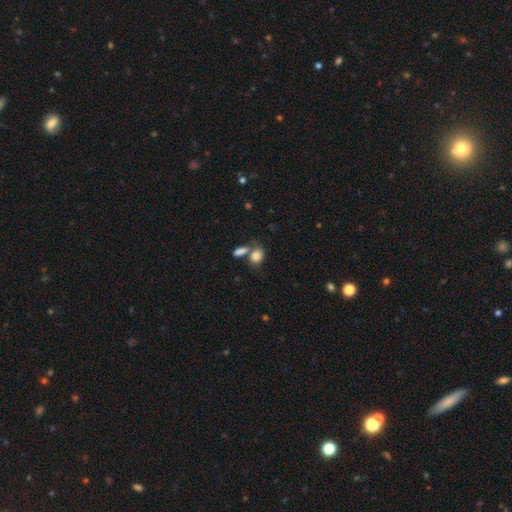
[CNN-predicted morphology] type=smooth (83%); roundness=in between (68%); merging=merger (42%).